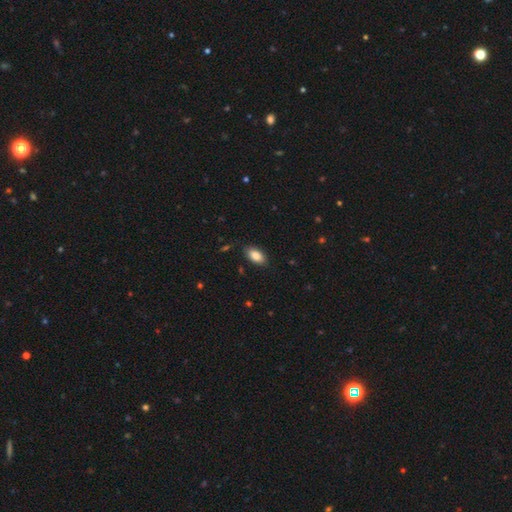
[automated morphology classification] smooth 87%, star or artifact 7%, featured or disk 6%. Down the decision tree: how rounded — in between (93%); merging — none (85%).